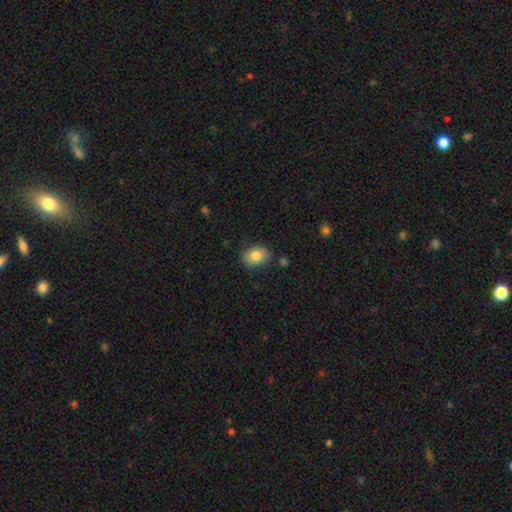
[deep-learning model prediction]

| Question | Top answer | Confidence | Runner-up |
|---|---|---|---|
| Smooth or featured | smooth | 82% | featured or disk (10%) |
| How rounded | in between | 69% | round (30%) |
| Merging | none | 81% | minor disturbance (13%) |